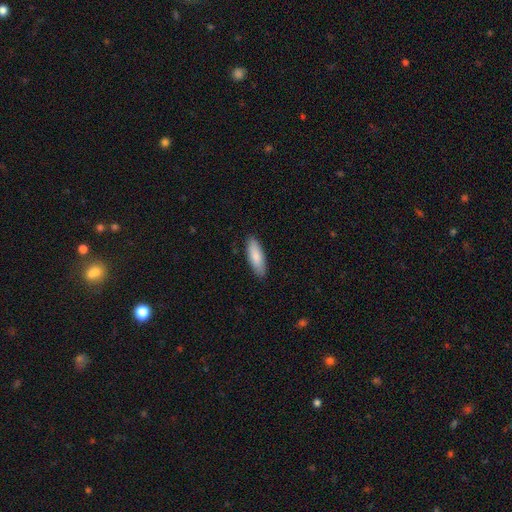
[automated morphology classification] A smooth galaxy with no disk features (86%) that is in between round and cigar-shaped (58%). Merging: none (88%).